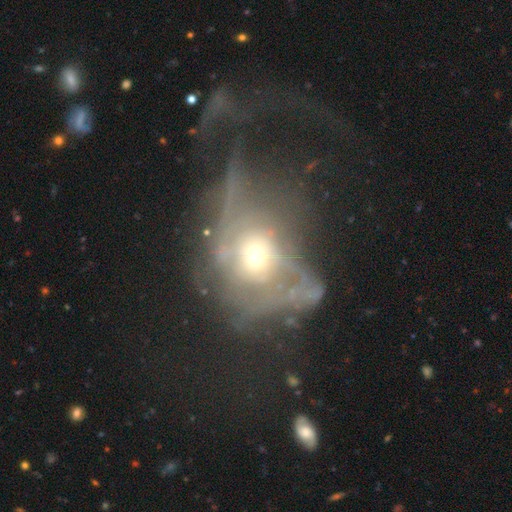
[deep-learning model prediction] This is possibly a featured or disk galaxy (60%). It is clearly not viewed edge-on (91%). Bar: clearly no (83%). Spiral arm pattern: likely no (62%). Central bulge: possibly moderate (46%). Merging: likely major disturbance (60%).